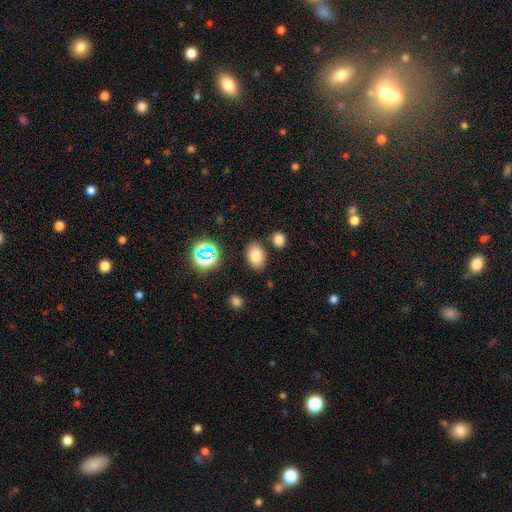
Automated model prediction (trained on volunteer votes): A smooth galaxy with no disk features (78%) that is in between round and cigar-shaped (82%).

Vote fractions:
- Smooth or featured? smooth: 78% / star or artifact: 13% / featured or disk: 9%
- How rounded? in between: 82% / round: 17% / cigar-shaped: 1%
- Merging? none: 79% / minor disturbance: 11% / merger: 7% / major disturbance: 3%